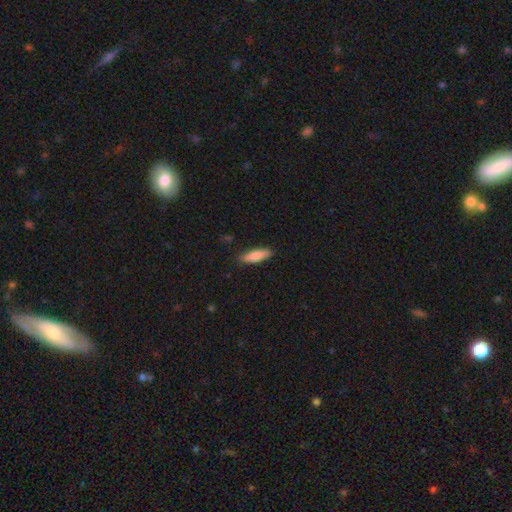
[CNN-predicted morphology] A smooth galaxy with no disk features (83%) that is cigar-shaped (51%).

Vote fractions:
- Smooth or featured? smooth: 83% / featured or disk: 11% / star or artifact: 6%
- How rounded? cigar-shaped: 51% / in between: 48% / round: 2%
- Merging? none: 86% / minor disturbance: 11% / major disturbance: 2% / merger: 1%